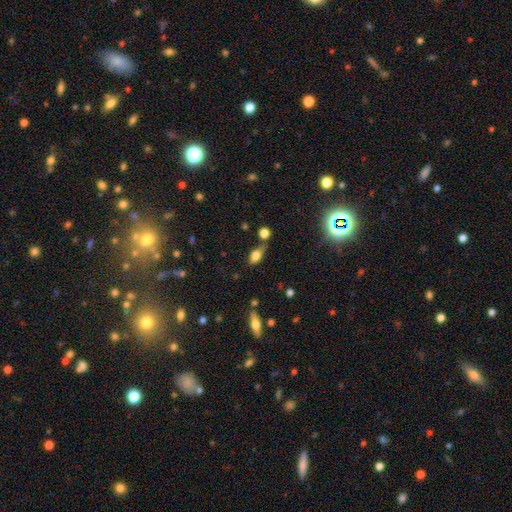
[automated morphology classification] A smooth galaxy with no disk features (69%) that is in between round and cigar-shaped (77%). Merging: none (49%).